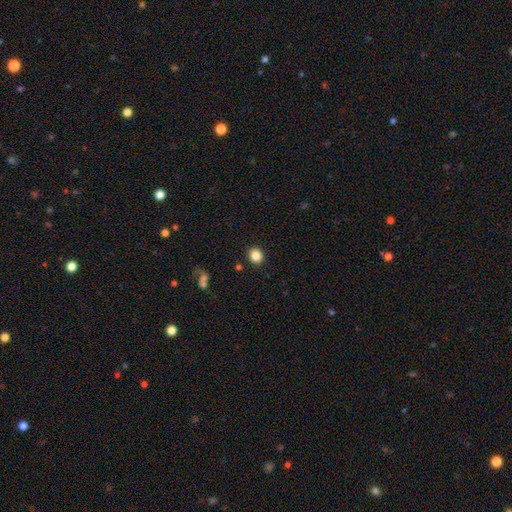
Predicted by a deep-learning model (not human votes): Morphology: type=smooth (85%); roundness=round (74%); merging=none (90%).